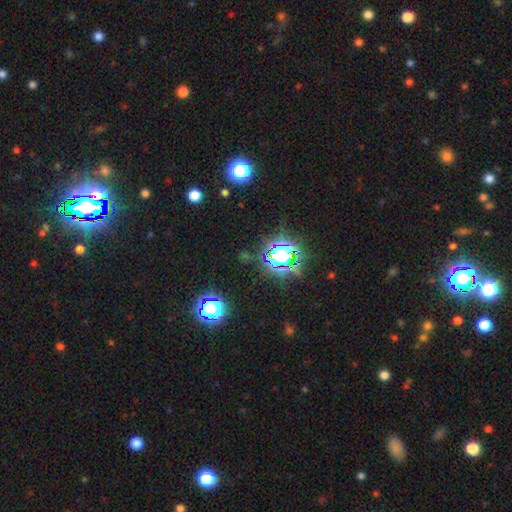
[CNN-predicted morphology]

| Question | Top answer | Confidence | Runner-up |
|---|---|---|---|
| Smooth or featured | star or artifact | 82% | smooth (11%) |